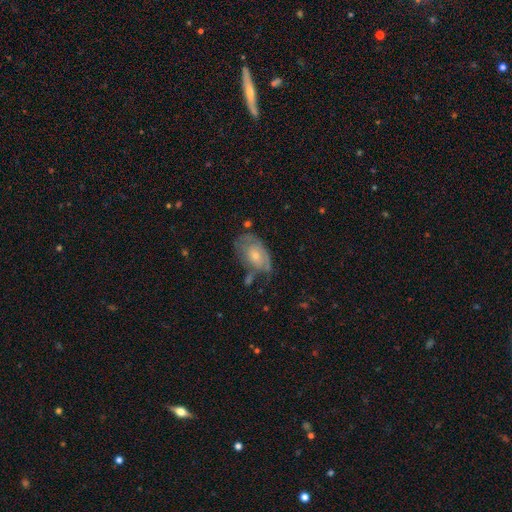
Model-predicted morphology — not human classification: Smooth or featured? featured or disk (47%)
Merging? none (39%)